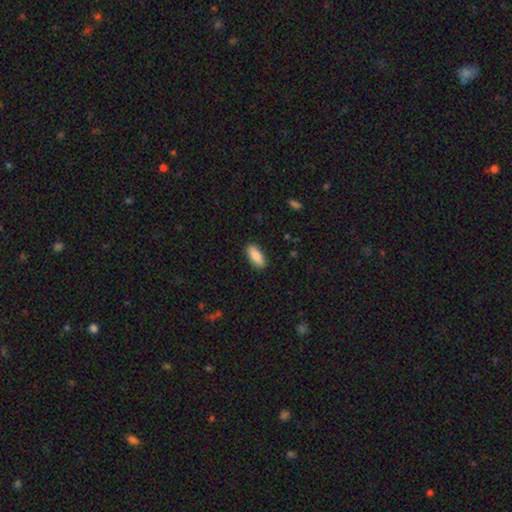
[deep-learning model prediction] A smooth galaxy with no disk features (85%) that is in between round and cigar-shaped (78%). Merging: none (88%).